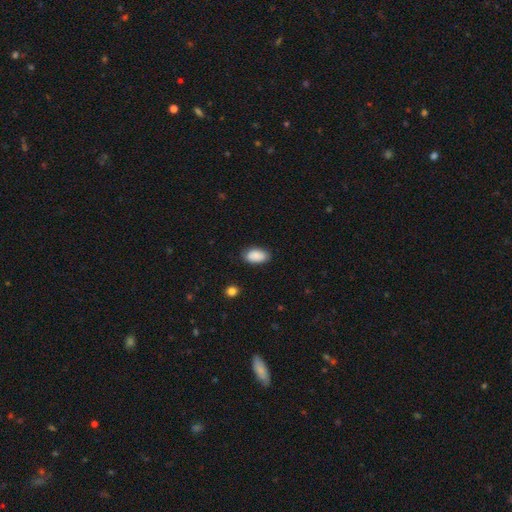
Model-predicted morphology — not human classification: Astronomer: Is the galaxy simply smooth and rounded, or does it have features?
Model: smooth — 89%.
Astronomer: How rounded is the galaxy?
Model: in between — 93%.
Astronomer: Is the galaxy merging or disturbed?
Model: none — 82%.